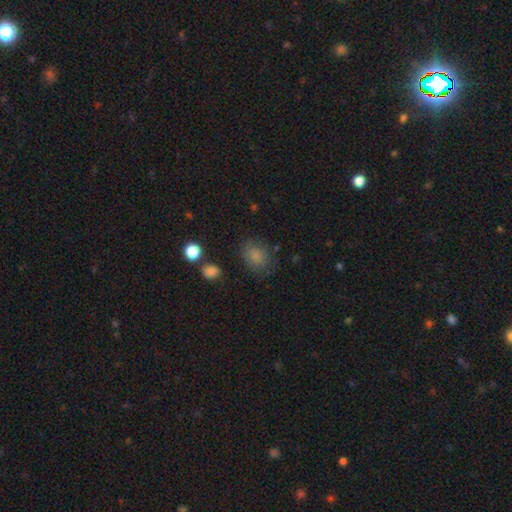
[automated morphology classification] This appears to be a smooth galaxy with no disk features (81%) that is in between round and cigar-shaped (66%). Merging: none (75%).